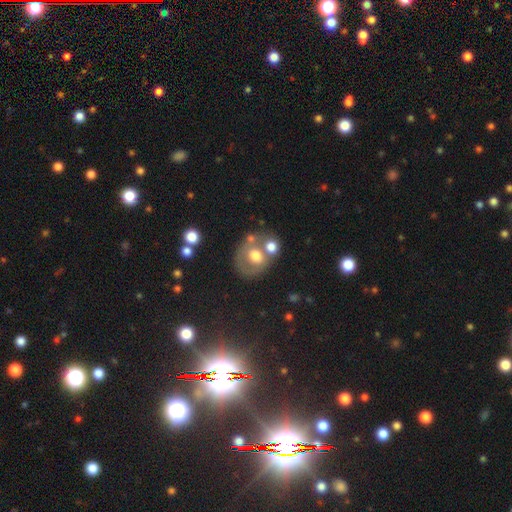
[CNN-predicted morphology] smooth_or_featured: smooth (p=0.53) [alt: featured or disk p=0.36]
how_rounded: round (p=0.69) [alt: in between p=0.30]
merging: none (p=0.45) [alt: merger p=0.30]